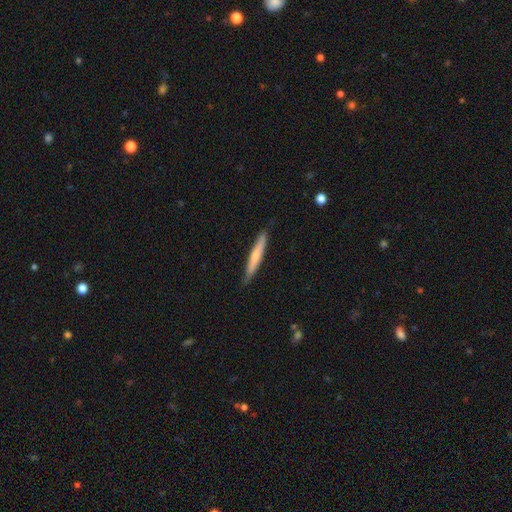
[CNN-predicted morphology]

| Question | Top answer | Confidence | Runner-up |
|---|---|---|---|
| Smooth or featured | smooth | 59% | featured or disk (36%) |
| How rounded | cigar-shaped | 94% | in between (4%) |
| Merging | none | 87% | minor disturbance (11%) |